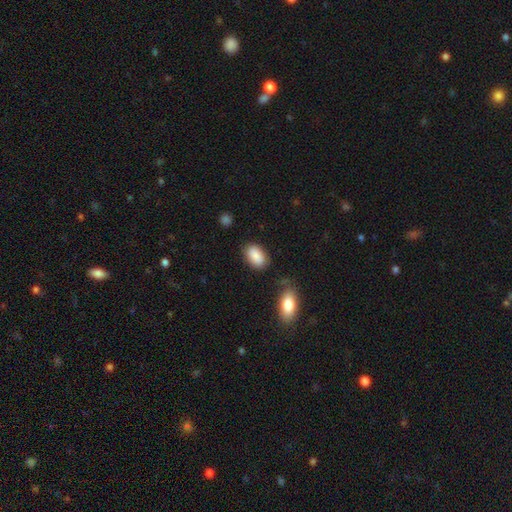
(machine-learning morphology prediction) A smooth galaxy with no disk features (89%) that is in between round and cigar-shaped (91%). Merging: none (79%).